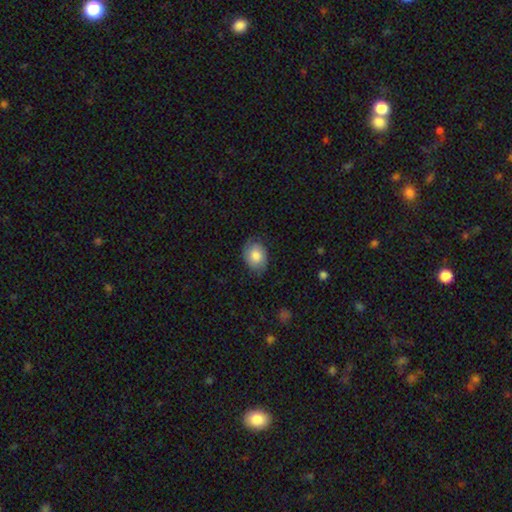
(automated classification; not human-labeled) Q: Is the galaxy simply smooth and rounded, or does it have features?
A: smooth — 76%.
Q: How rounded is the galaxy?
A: in between — 66%.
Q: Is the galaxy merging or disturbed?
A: none — 75%.